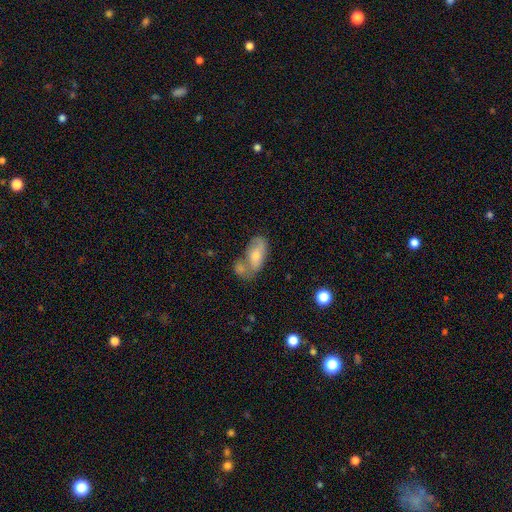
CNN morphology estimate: type=smooth (56%); roundness=in between (87%); merging=none (39%).